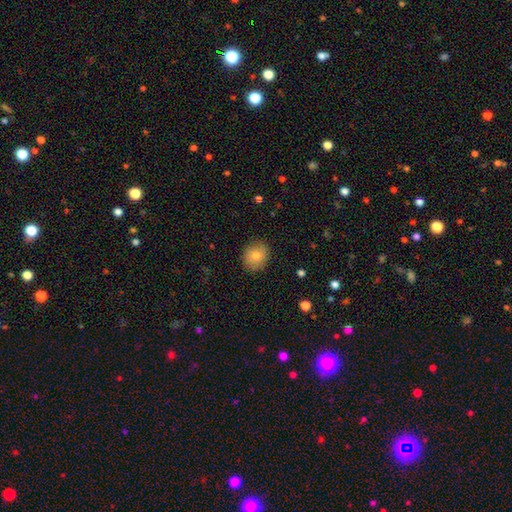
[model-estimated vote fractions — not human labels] Q: Smooth or featured?
A: smooth (77%); runner-up: featured or disk (13%)
Q: How rounded?
A: round (69%); runner-up: in between (30%)
Q: Merging?
A: none (86%); runner-up: minor disturbance (10%)